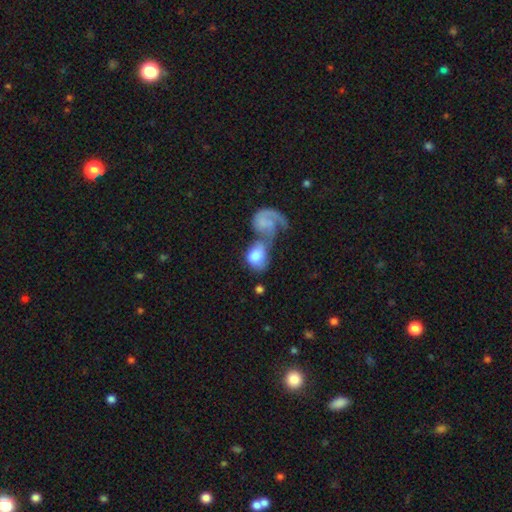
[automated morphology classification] type=smooth (57%); roundness=in between (65%); merging=merger (66%).